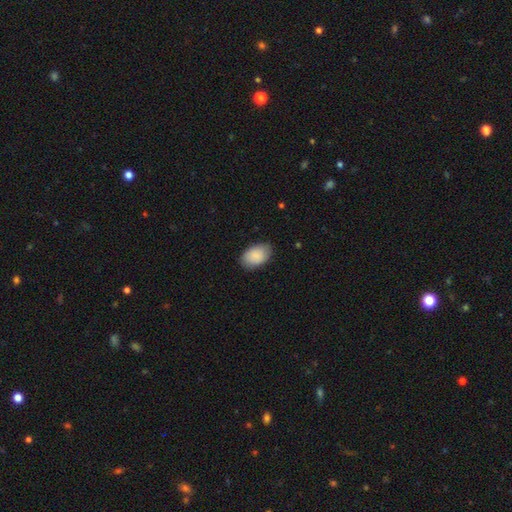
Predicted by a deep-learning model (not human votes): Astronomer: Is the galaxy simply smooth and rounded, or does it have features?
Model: smooth — 88%.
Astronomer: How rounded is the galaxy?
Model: in between — 90%.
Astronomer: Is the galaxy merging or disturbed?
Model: none — 81%.